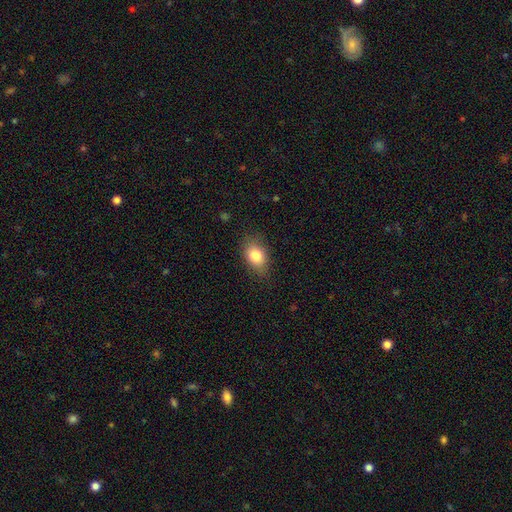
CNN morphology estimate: This is clearly a smooth galaxy (81%). How rounded: likely in between (80%). Merging: likely none (79%).